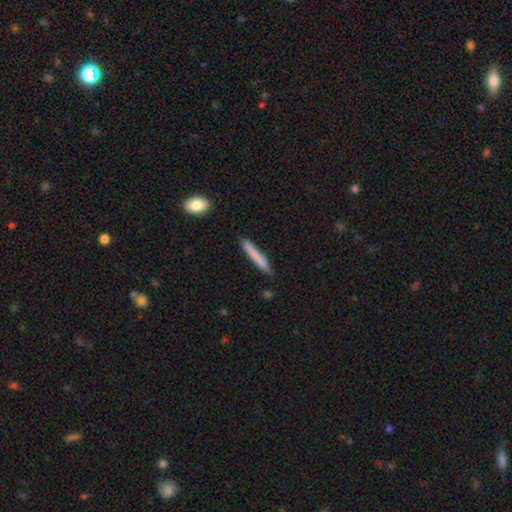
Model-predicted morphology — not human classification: The model was most divided on "smooth or featured": smooth: 76%, featured or disk: 19%, star or artifact: 6%. More confident: how rounded — cigar-shaped (96%); merging — none (85%).